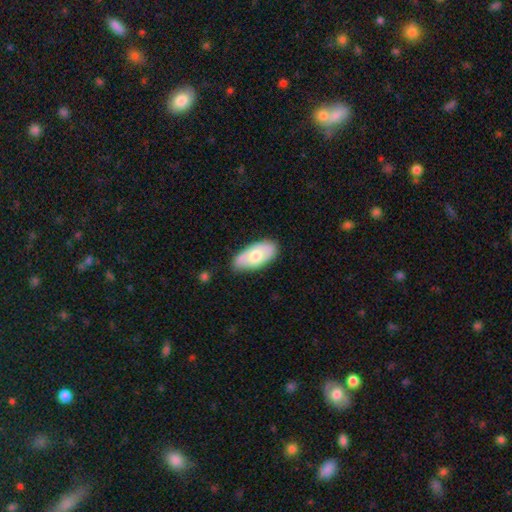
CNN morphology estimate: A smooth galaxy with no disk features (64%) that is in between round and cigar-shaped (93%).

Vote fractions:
- Smooth or featured? smooth: 64% / featured or disk: 30% / star or artifact: 6%
- How rounded? in between: 93% / cigar-shaped: 4% / round: 3%
- Merging? none: 72% / minor disturbance: 22% / major disturbance: 4% / merger: 2%